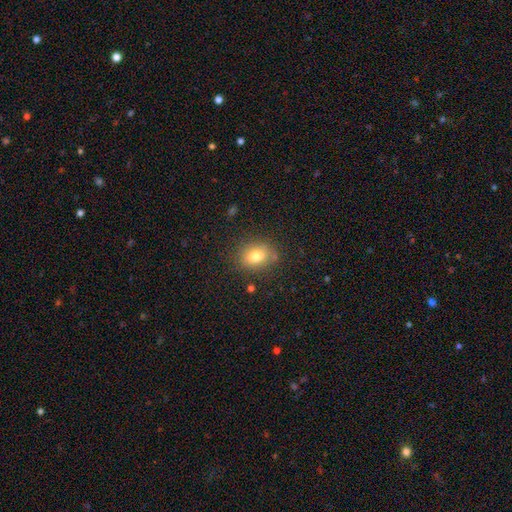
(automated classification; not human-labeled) The model was most divided on "how rounded": in between: 59%, round: 39%, cigar-shaped: 1%. More confident: merging — none (81%); smooth or featured — smooth (78%).